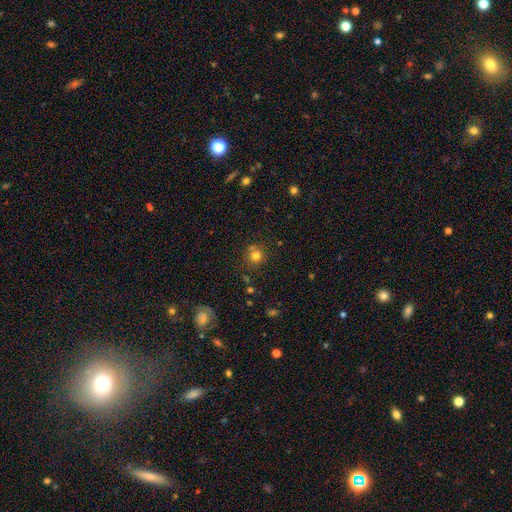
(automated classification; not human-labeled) Smooth or featured: smooth — 76% (star or artifact — 16%)
How rounded: round — 91% (in between — 8%)
Merging: none — 71% (merger — 14%)